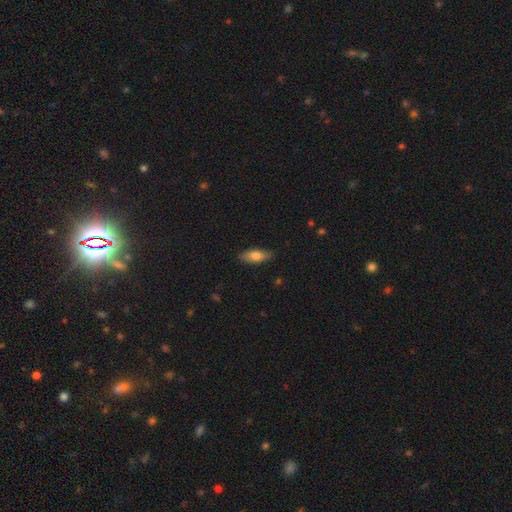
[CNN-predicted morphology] Smooth or featured?
  - smooth: 76% *
  - featured or disk: 18%
  - star or artifact: 6%
How rounded?
  - in between: 71% *
  - cigar-shaped: 26%
  - round: 2%
Merging?
  - none: 85% *
  - minor disturbance: 12%
  - major disturbance: 2%
  - merger: 1%